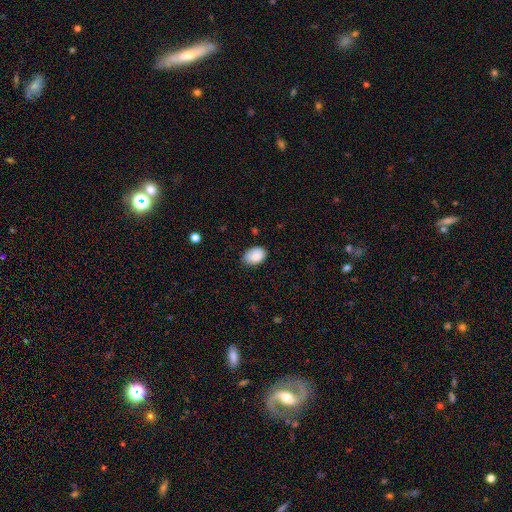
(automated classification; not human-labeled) Smooth or featured? smooth (86%)
How rounded? in between (81%)
Merging? none (75%)